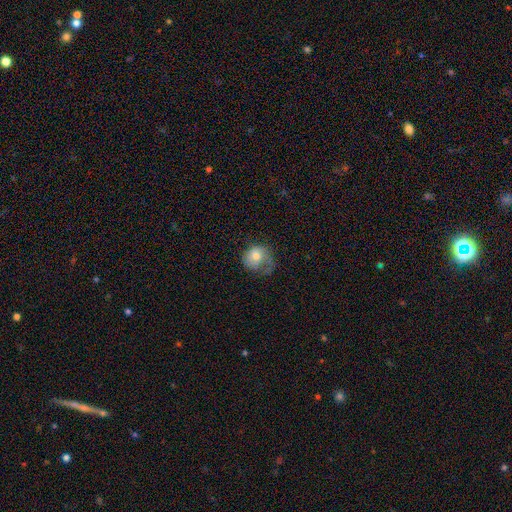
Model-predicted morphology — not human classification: The model was most divided on "merging": major disturbance: 37%, none: 32%, minor disturbance: 29%, merger: 2%. More confident: how rounded — round (68%); smooth or featured — smooth (65%).